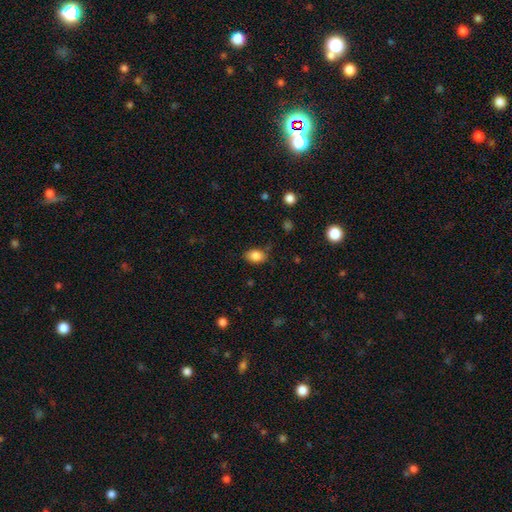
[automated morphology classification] smooth-or-featured: smooth: 84% | star or artifact: 9% | featured or disk: 7%
  how-rounded: in between: 80% | round: 19% | cigar-shaped: 1%
  merging: none: 73% | minor disturbance: 20% | major disturbance: 4% | merger: 2%